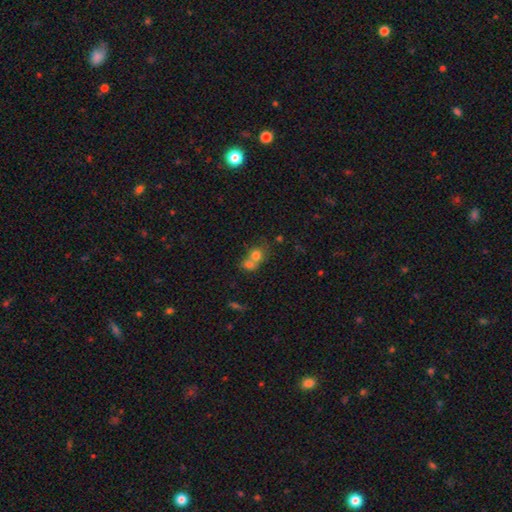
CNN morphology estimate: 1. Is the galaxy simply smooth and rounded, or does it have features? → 73% smooth, 15% featured or disk, 12% star or artifact.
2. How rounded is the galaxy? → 70% round, 28% in between, 1% cigar-shaped.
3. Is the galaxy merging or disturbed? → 65% merger, 25% none, 6% minor disturbance, 4% major disturbance.